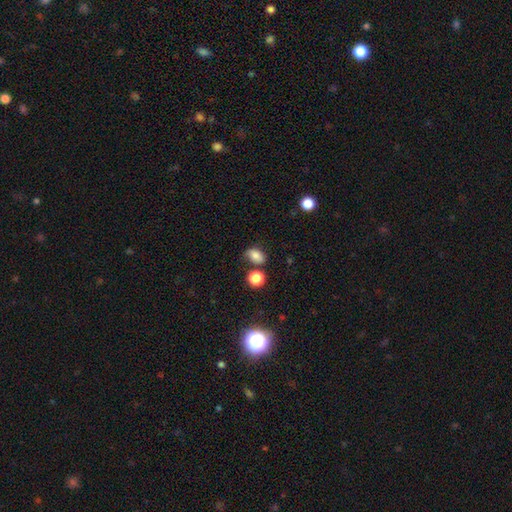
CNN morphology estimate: The model was most divided on "merging": none: 58%, minor disturbance: 23%, merger: 11%, major disturbance: 8%. More confident: how rounded — in between (77%); smooth or featured — smooth (75%).